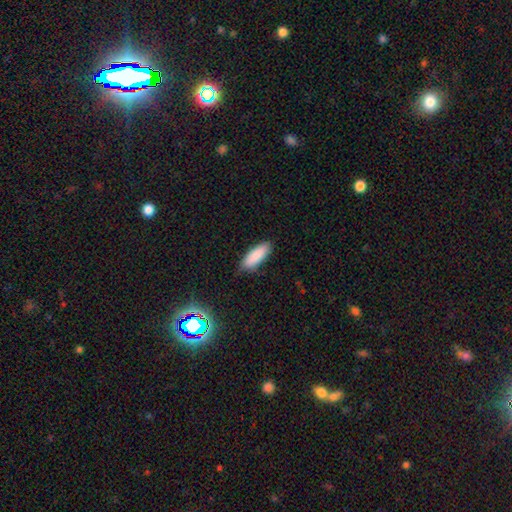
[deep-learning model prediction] This is clearly a smooth galaxy (88%). How rounded: likely in between (66%). Merging: clearly none (82%).